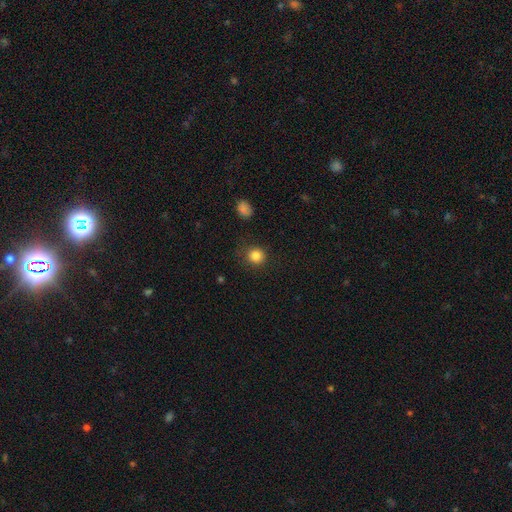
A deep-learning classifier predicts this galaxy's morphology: Smooth or featured?
  - smooth: 85% *
  - star or artifact: 11%
  - featured or disk: 4%
How rounded?
  - round: 90% *
  - in between: 9%
  - cigar-shaped: 1%
Merging?
  - none: 85% *
  - minor disturbance: 10%
  - major disturbance: 4%
  - merger: 2%